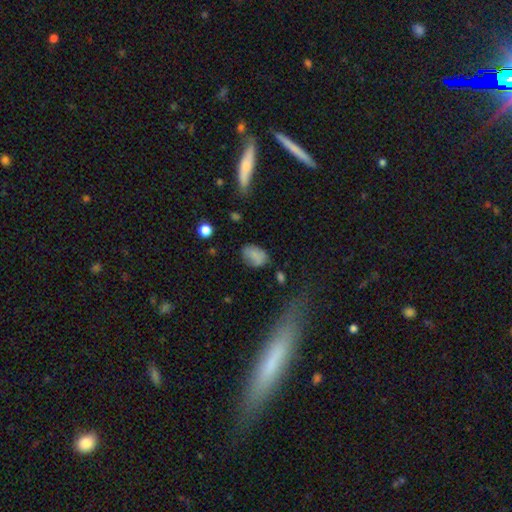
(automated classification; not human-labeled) This is likely a smooth galaxy (78%). How rounded: clearly in between (83%). Merging: likely none (64%).